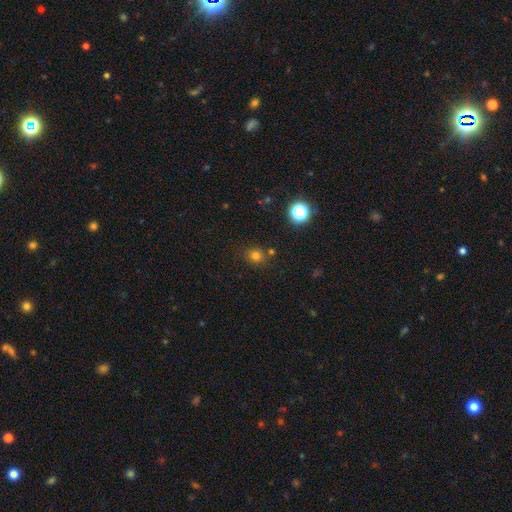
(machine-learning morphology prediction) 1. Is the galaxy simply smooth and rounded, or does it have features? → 72% smooth, 21% star or artifact, 7% featured or disk.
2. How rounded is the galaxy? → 77% round, 22% in between, 1% cigar-shaped.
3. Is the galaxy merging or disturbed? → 79% none, 11% minor disturbance, 7% merger, 3% major disturbance.